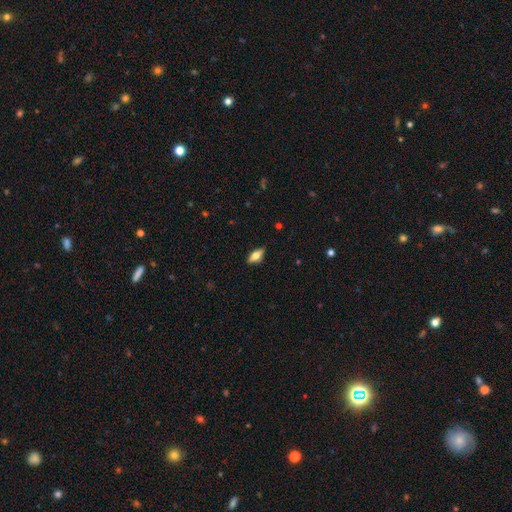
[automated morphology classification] The model was most divided on "smooth or featured": smooth: 55%, featured or disk: 37%, star or artifact: 7%. More confident: merging — none (86%); how rounded — in between (76%).